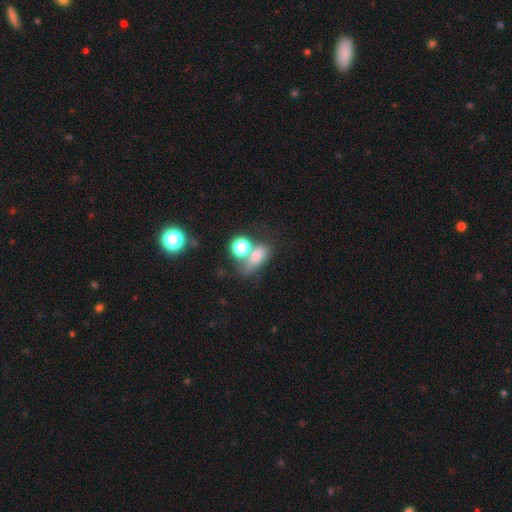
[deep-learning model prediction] Smooth or featured? smooth (67%)
How rounded? in between (66%)
Merging? merger (38%)